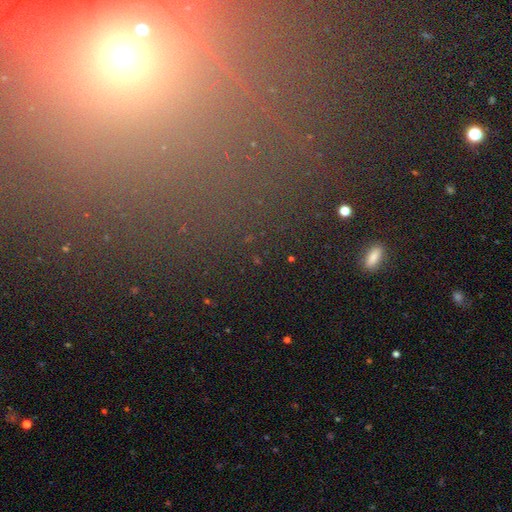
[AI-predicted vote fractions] Smooth or featured? star or artifact (64%)